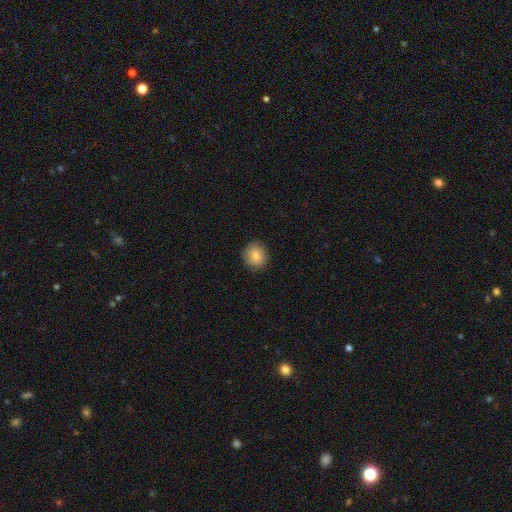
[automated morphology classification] A smooth galaxy with no disk features (83%) that is round (88%). Merging: none (87%).